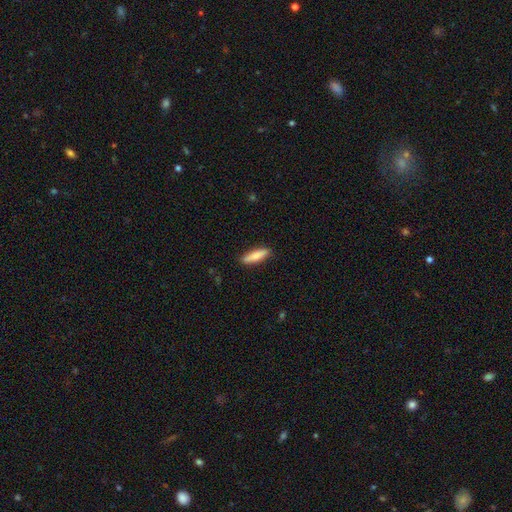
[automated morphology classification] A smooth galaxy with no disk features (79%) that is cigar-shaped (74%). Merging: none (89%).